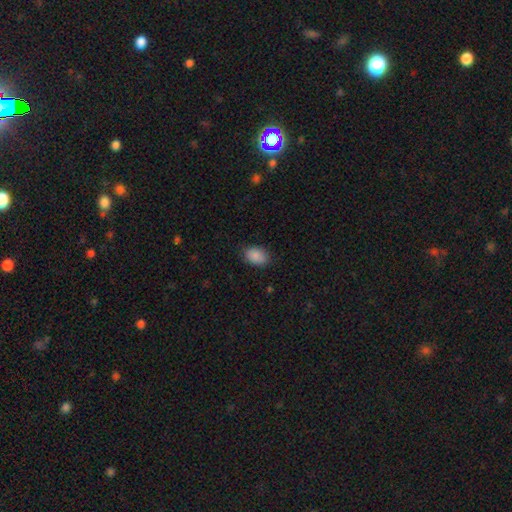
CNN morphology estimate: smooth-or-featured: smooth: 89% | star or artifact: 7% | featured or disk: 4%
  how-rounded: in between: 84% | round: 14% | cigar-shaped: 1%
  merging: none: 83% | minor disturbance: 13% | major disturbance: 3% | merger: 1%